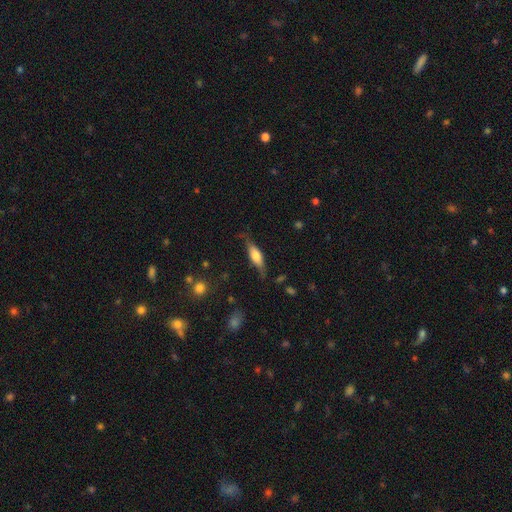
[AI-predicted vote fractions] Overall: smooth (55%; featured or disk 38%). How rounded: in between (52%; cigar-shaped 45%). Merging: none (68%).